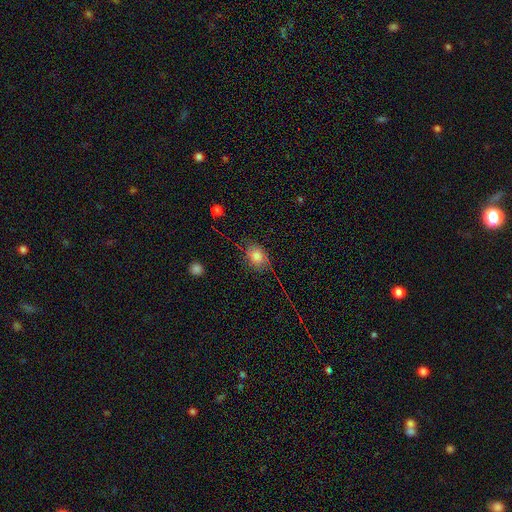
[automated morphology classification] smooth 78%, star or artifact 12%, featured or disk 10%. Down the decision tree: how rounded — in between (63%); merging — none (73%).